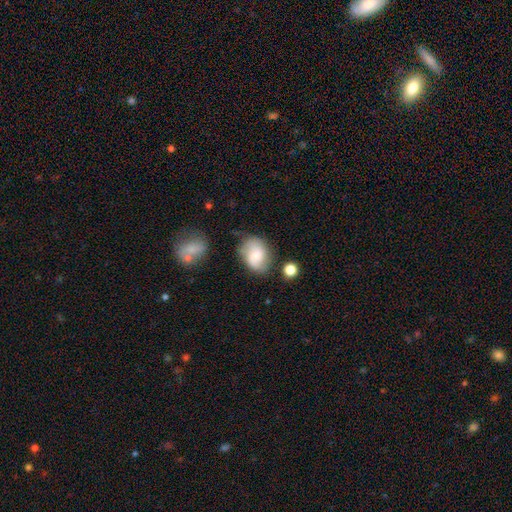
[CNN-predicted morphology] type=smooth (54%); roundness=in between (65%); merging=none (65%).